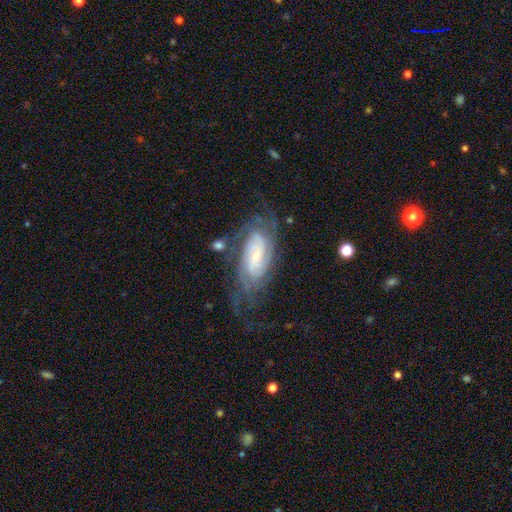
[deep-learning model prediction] Morphology: type=featured or disk (84%); edge-on=no (94%); bar=no (58%); spiral arms=yes (96%); winding=tight (66%); arm count=can't tell (33%); bulge=small (74%); merging=none (64%).